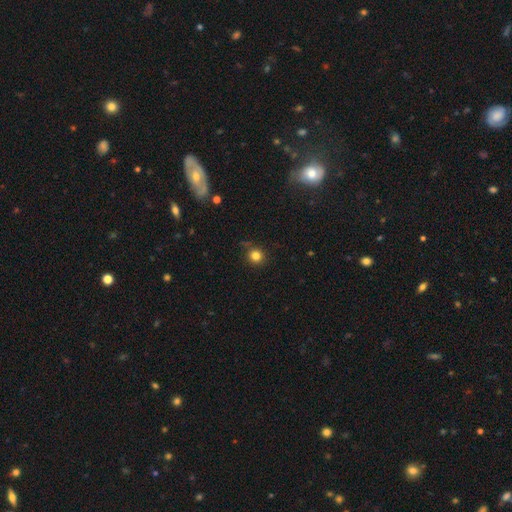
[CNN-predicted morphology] Q: Smooth or featured?
A: smooth (82%); runner-up: star or artifact (13%)
Q: How rounded?
A: round (93%); runner-up: in between (7%)
Q: Merging?
A: none (83%); runner-up: minor disturbance (11%)